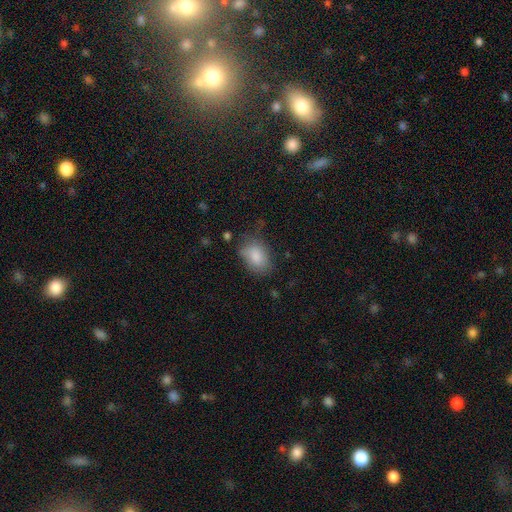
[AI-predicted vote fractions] Q: Smooth or featured?
A: smooth (84%); runner-up: featured or disk (8%)
Q: How rounded?
A: in between (83%); runner-up: round (15%)
Q: Merging?
A: none (61%); runner-up: minor disturbance (27%)